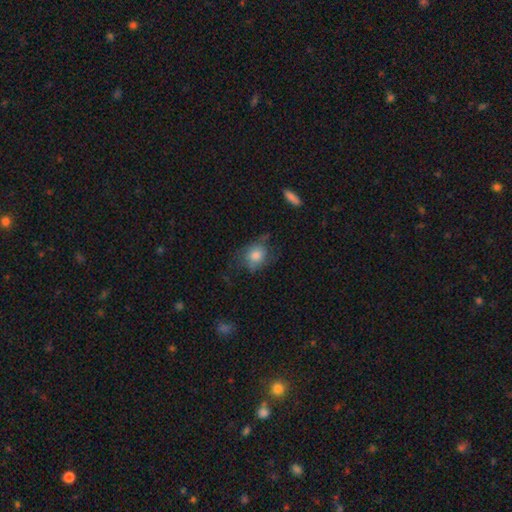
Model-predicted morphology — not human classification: Smooth or featured: smooth — 68% (featured or disk — 22%)
How rounded: round — 55% (in between — 44%)
Merging: none — 51% (minor disturbance — 28%)